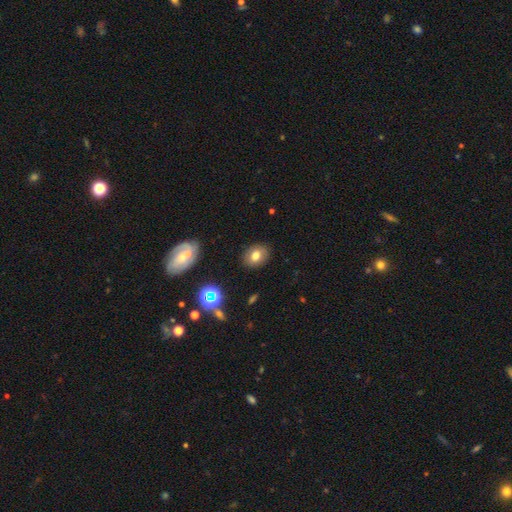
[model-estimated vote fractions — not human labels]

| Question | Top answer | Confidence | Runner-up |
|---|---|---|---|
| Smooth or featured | smooth | 74% | featured or disk (13%) |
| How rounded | in between | 55% | round (44%) |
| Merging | none | 87% | minor disturbance (9%) |